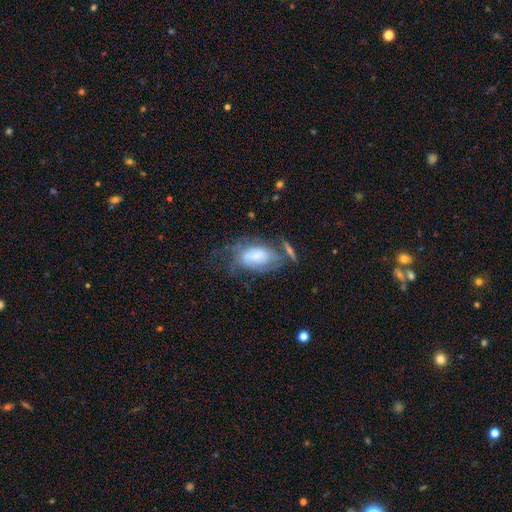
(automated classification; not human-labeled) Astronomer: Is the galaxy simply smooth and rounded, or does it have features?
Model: featured or disk — 57% (runner-up: smooth, 33%).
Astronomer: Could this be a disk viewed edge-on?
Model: no — 93%.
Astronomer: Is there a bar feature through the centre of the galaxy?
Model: no — 60%.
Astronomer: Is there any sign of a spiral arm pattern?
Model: yes — 72%.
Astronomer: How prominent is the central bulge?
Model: small — 29% (runner-up: large, 24%).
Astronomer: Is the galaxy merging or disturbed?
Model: none — 37% (runner-up: major disturbance, 29%).